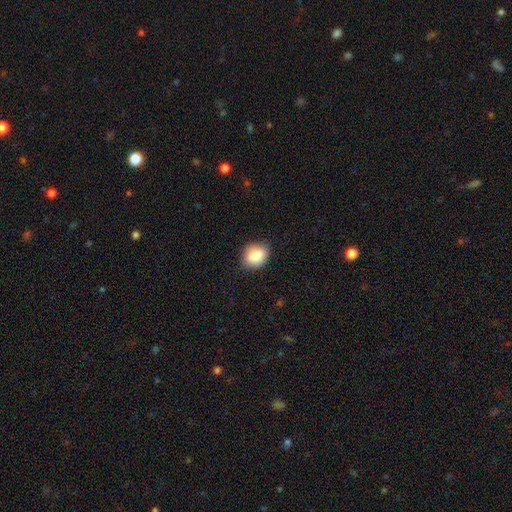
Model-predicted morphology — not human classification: Smooth or featured? Predicted: smooth (p=0.85). How rounded? Predicted: in between (p=0.58). Merging? Predicted: none (p=0.83).